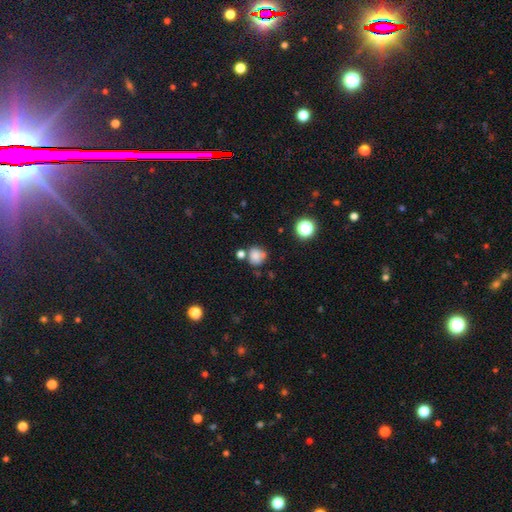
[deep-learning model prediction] smooth 78%, star or artifact 12%, featured or disk 10%. Down the decision tree: how rounded — round (81%); merging — none (57%).